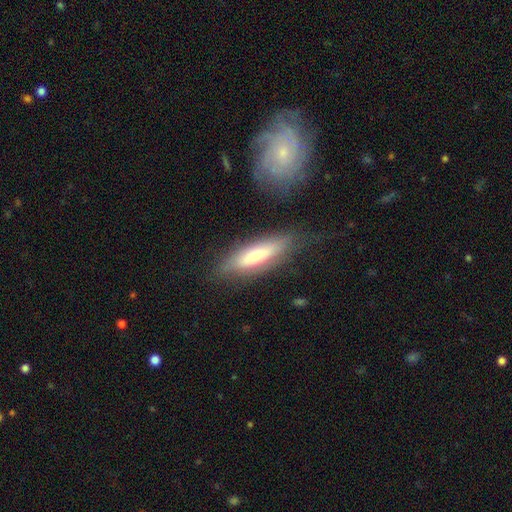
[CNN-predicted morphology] Overall: smooth (56%; featured or disk 37%). How rounded: cigar-shaped (56%; in between 42%). Merging: none (72%).